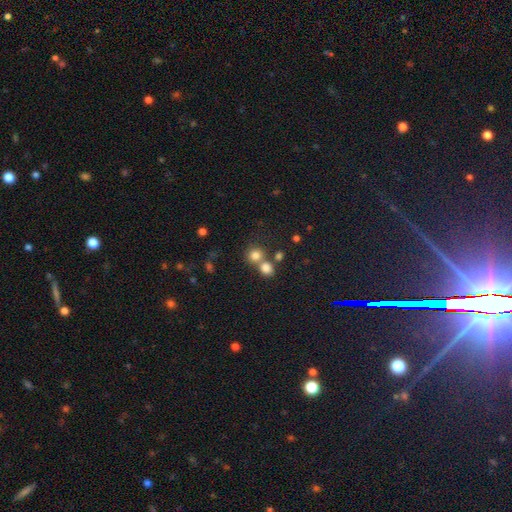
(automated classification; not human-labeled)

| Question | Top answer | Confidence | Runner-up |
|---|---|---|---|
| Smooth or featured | smooth | 78% | star or artifact (14%) |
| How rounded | round | 86% | in between (13%) |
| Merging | none | 53% | merger (37%) |